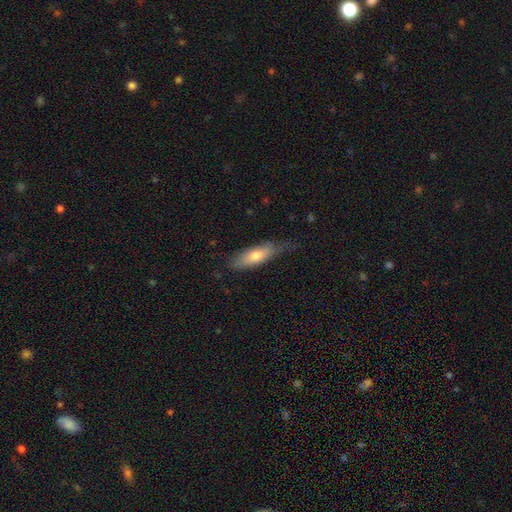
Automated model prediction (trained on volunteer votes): Smooth or featured?
  - smooth: 68% *
  - featured or disk: 26%
  - star or artifact: 6%
How rounded?
  - in between: 50% *
  - cigar-shaped: 48%
  - round: 2%
Merging?
  - none: 59% *
  - minor disturbance: 31%
  - major disturbance: 8%
  - merger: 2%